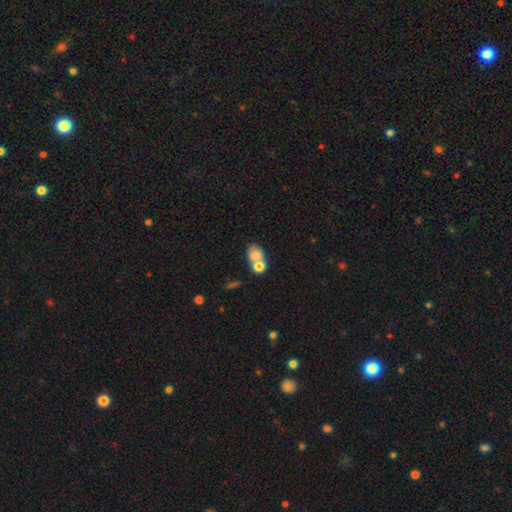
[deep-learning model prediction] Smooth or featured?
  - smooth: 73% *
  - featured or disk: 17%
  - star or artifact: 9%
How rounded?
  - in between: 68% *
  - round: 30%
  - cigar-shaped: 2%
Merging?
  - merger: 58% *
  - none: 27%
  - minor disturbance: 9%
  - major disturbance: 5%